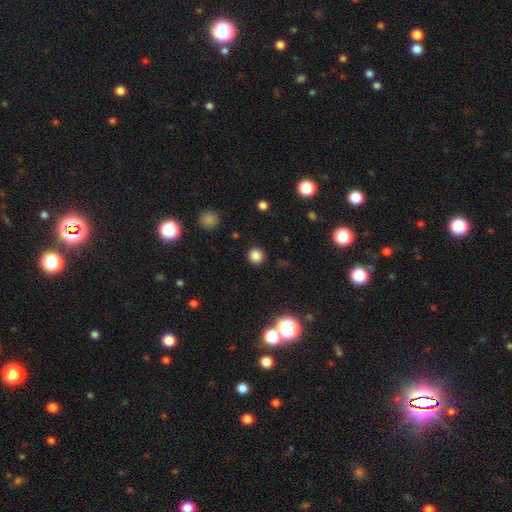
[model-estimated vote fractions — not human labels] smooth-or-featured: smooth: 82% | star or artifact: 14% | featured or disk: 4%
  how-rounded: round: 93% | in between: 6% | cigar-shaped: 1%
  merging: none: 91% | minor disturbance: 6% | major disturbance: 2% | merger: 1%